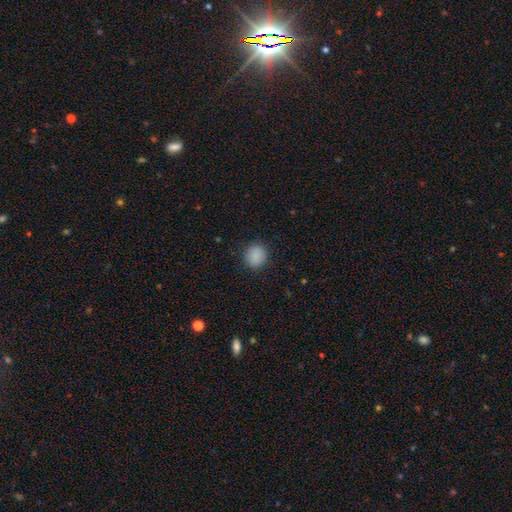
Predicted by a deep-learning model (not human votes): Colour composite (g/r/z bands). It shows a smooth galaxy with no disk features (88%) that is round (89%). Merging: none (90%).